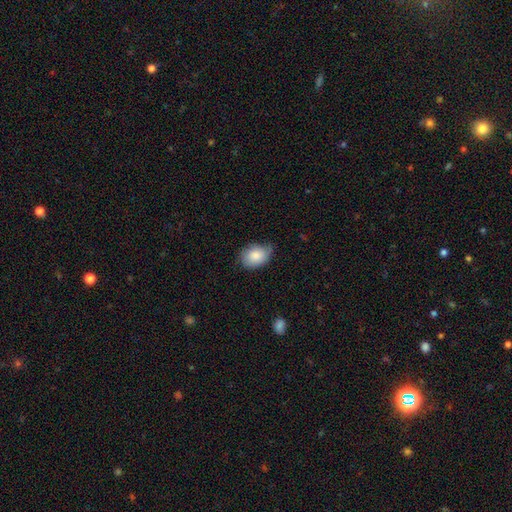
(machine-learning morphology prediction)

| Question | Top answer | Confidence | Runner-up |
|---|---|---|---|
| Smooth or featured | smooth | 84% | featured or disk (10%) |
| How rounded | in between | 68% | round (31%) |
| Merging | none | 52% | minor disturbance (39%) |